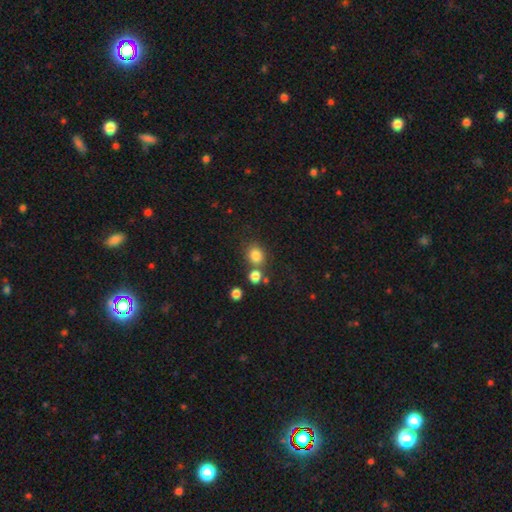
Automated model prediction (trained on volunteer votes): Q: Smooth or featured?
A: smooth (82%); runner-up: star or artifact (12%)
Q: How rounded?
A: round (69%); runner-up: in between (30%)
Q: Merging?
A: none (66%); runner-up: merger (19%)